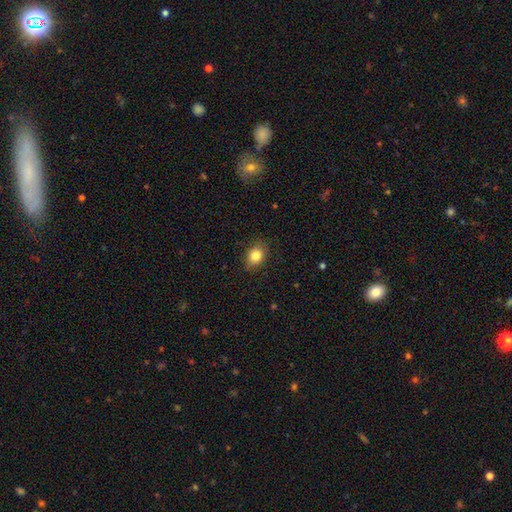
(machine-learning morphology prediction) The model was most divided on "how rounded": in between: 61%, round: 38%, cigar-shaped: 1%. More confident: smooth or featured — smooth (84%); merging — none (83%).